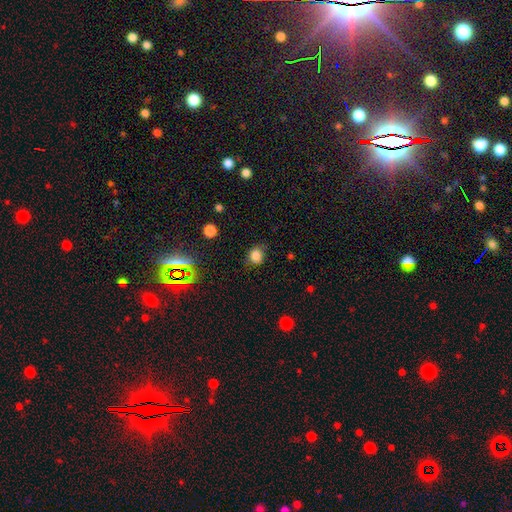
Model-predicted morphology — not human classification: smooth_or_featured: smooth (p=0.82) [alt: star or artifact p=0.13]
how_rounded: round (p=0.73) [alt: in between p=0.26]
merging: none (p=0.73) [alt: minor disturbance p=0.20]